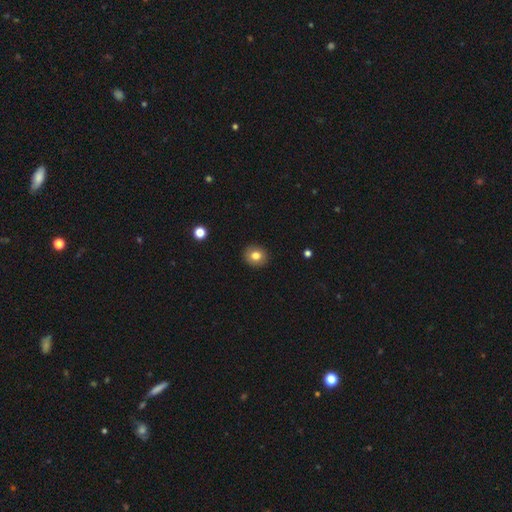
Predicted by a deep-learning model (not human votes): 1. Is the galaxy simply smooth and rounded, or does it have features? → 79% smooth, 11% featured or disk, 10% star or artifact.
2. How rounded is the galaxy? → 80% round, 19% in between, 1% cigar-shaped.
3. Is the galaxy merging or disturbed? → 91% none, 6% minor disturbance, 2% major disturbance, 1% merger.